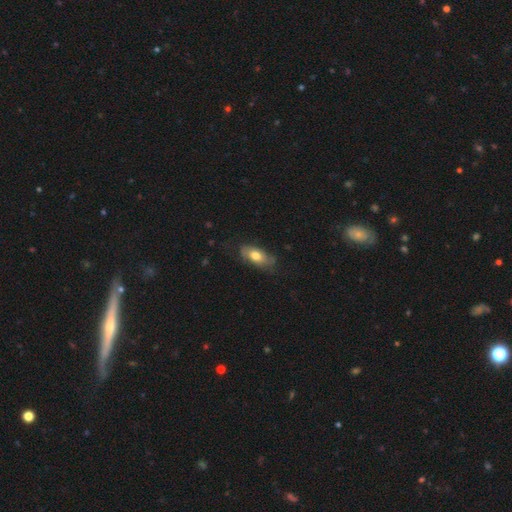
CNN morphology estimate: This appears to be a smooth galaxy with no disk features (67%) that is in between round and cigar-shaped (86%). Merging: none (67%).